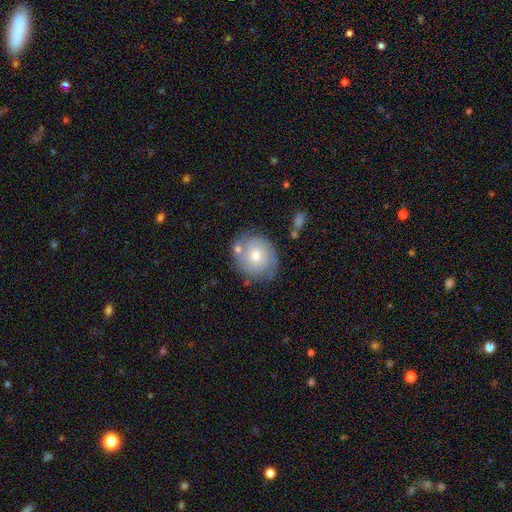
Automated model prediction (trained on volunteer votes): The model was most divided on "bulge size": moderate: 62%, small: 30%, large: 5%, none: 1%, dominant: 1%. More confident: edge-on disk — no (97%); spiral arms — yes (88%); bar — no (71%); merging — none (70%); smooth or featured — featured or disk (64%); spiral winding — tight (64%); spiral arm count — 2 (56%).